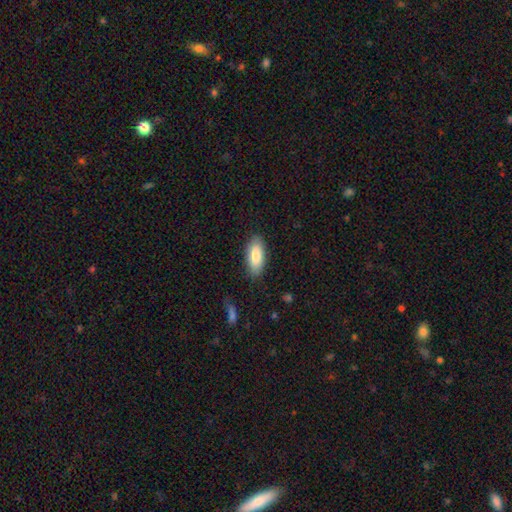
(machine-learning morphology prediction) Overall: smooth (85%). How rounded: in between (84%). Merging: none (86%).